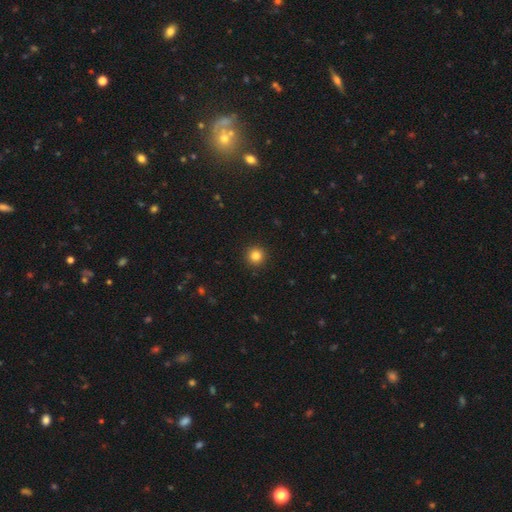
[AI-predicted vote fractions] This appears to be a smooth galaxy with no disk features (83%) that is round (95%). Merging: none (93%).